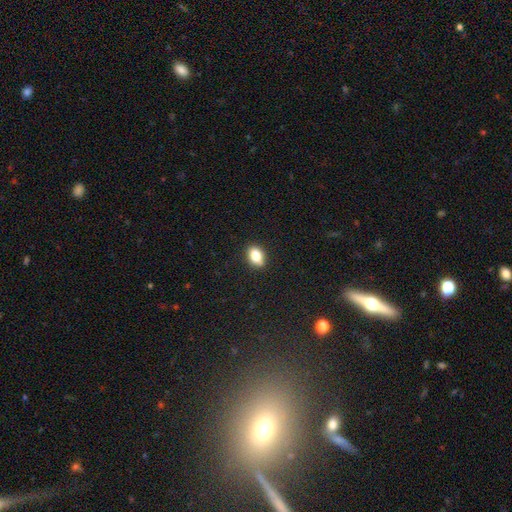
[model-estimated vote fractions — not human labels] Smooth or featured?
  - smooth: 82% *
  - star or artifact: 9%
  - featured or disk: 9%
How rounded?
  - in between: 75% *
  - round: 23%
  - cigar-shaped: 2%
Merging?
  - none: 86% *
  - minor disturbance: 11%
  - major disturbance: 2%
  - merger: 1%